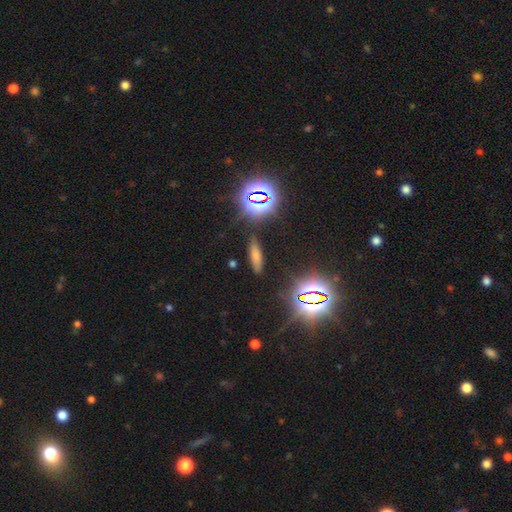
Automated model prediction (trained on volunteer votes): This appears to be a smooth galaxy with no disk features (61%) that is cigar-shaped (65%). Merging: none (84%).